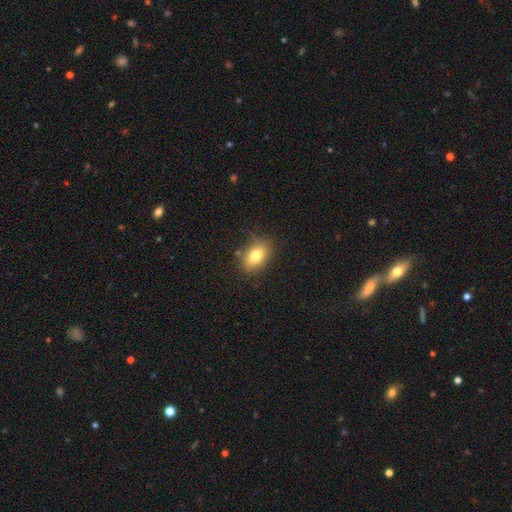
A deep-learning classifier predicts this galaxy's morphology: The model was most divided on "how rounded": in between: 80%, round: 18%, cigar-shaped: 2%. More confident: merging — none (80%); smooth or featured — smooth (77%).